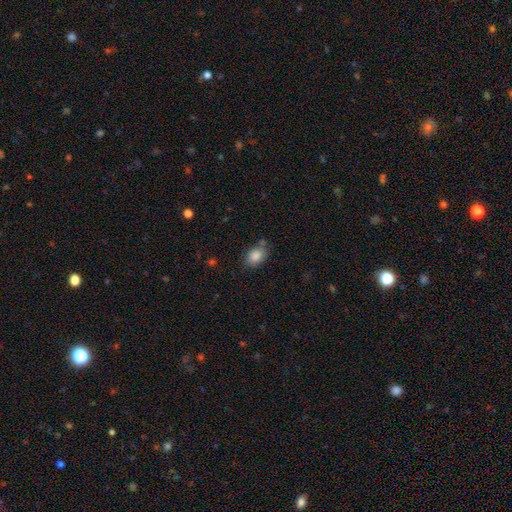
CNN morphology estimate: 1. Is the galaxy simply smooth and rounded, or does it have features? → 86% smooth, 8% star or artifact, 6% featured or disk.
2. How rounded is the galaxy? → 72% in between, 27% round, 1% cigar-shaped.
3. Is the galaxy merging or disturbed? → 68% none, 18% minor disturbance, 9% merger, 5% major disturbance.